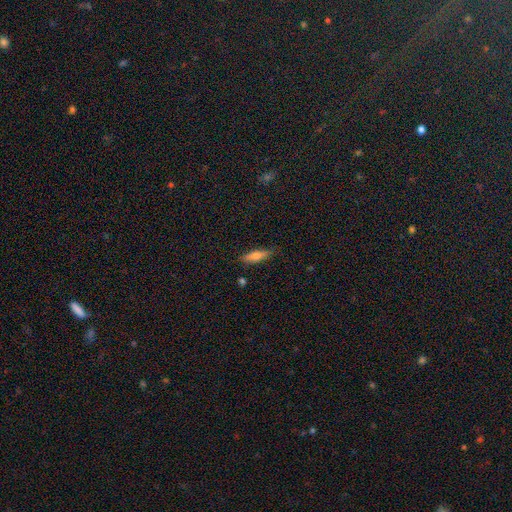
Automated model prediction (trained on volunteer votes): Smooth or featured?
  - smooth: 70% *
  - featured or disk: 23%
  - star or artifact: 8%
How rounded?
  - cigar-shaped: 64% *
  - in between: 33%
  - round: 2%
Merging?
  - none: 82% *
  - minor disturbance: 14%
  - major disturbance: 3%
  - merger: 2%